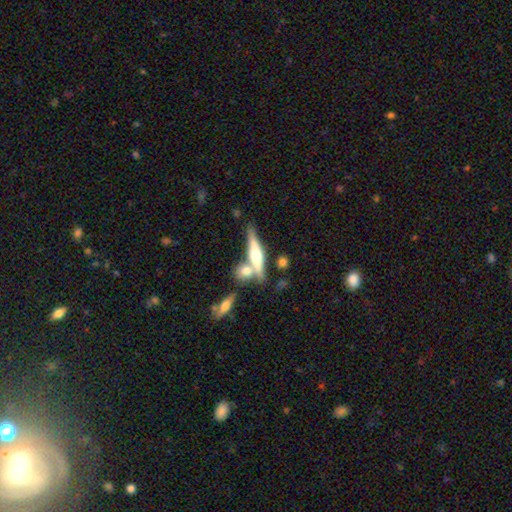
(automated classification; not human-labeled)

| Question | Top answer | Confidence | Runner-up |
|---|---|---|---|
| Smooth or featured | featured or disk | 62% | smooth (32%) |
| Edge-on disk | yes | 93% | no (7%) |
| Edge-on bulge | rounded | 92% | boxy (5%) |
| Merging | none | 58% | merger (28%) |